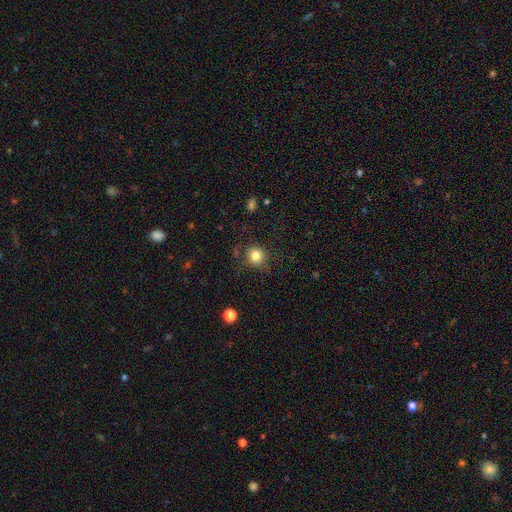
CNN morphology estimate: The model was most divided on "merging": none: 81%, minor disturbance: 13%, major disturbance: 4%, merger: 2%. More confident: how rounded — round (87%); smooth or featured — smooth (82%).